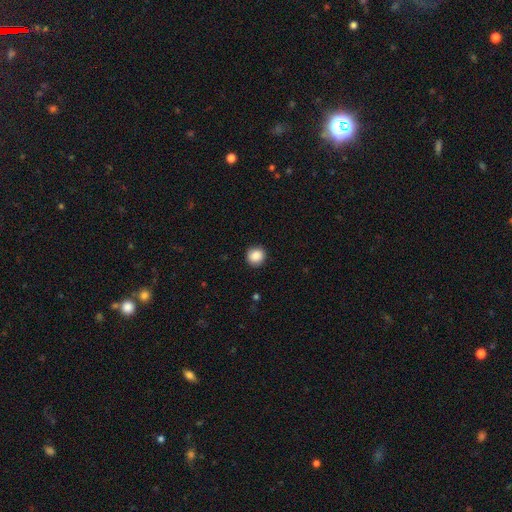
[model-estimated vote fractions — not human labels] Smooth or featured? Predicted: smooth (p=0.88). How rounded? Predicted: round (p=0.91). Merging? Predicted: none (p=0.90).